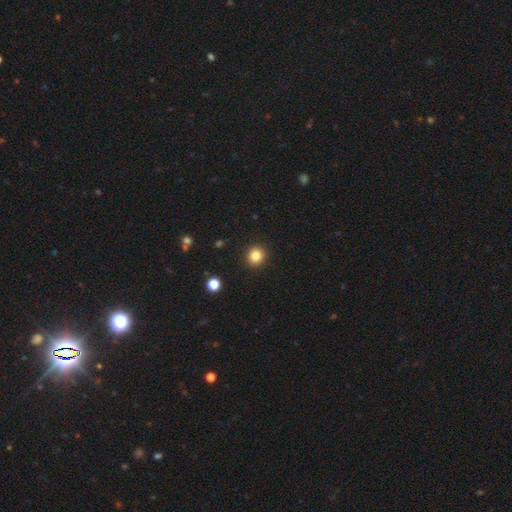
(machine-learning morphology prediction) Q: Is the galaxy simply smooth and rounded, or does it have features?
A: smooth — 83%.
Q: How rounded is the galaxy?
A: round — 92%.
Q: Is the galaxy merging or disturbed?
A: none — 93%.